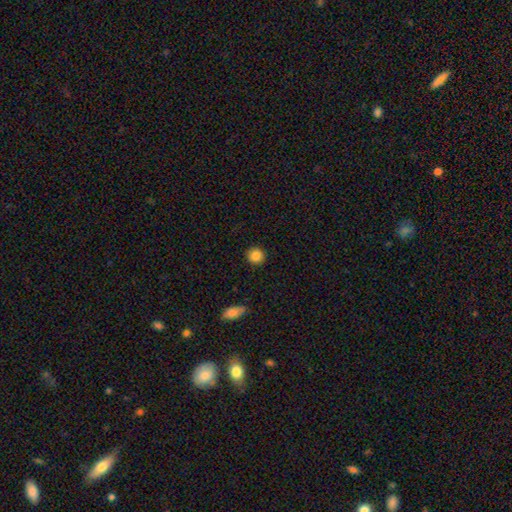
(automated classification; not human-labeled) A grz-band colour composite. It shows a smooth galaxy with no disk features (86%) that is round (94%). Merging: none (91%).